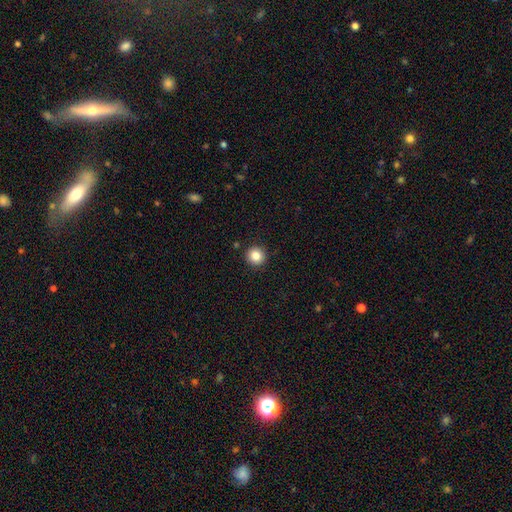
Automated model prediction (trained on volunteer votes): This is clearly a smooth galaxy (85%). How rounded: clearly round (93%). Merging: clearly none (91%).